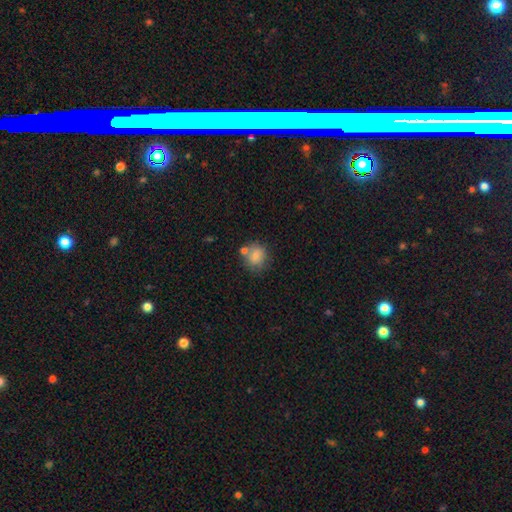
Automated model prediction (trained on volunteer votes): smooth_or_featured: smooth (p=0.80) [alt: star or artifact p=0.10]
how_rounded: round (p=0.77) [alt: in between p=0.22]
merging: none (p=0.64) [alt: merger p=0.16]